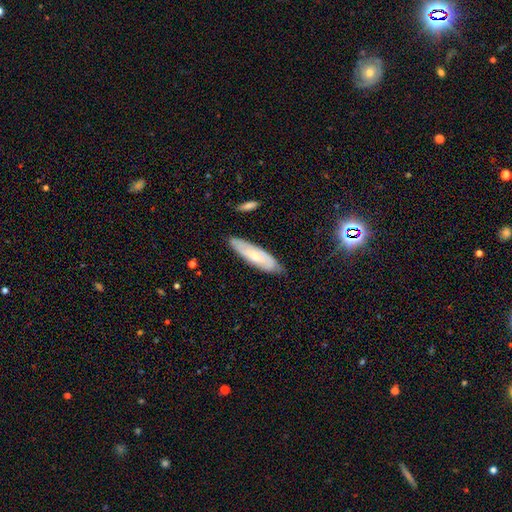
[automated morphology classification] smooth 48%, featured or disk 44%, star or artifact 7%. Down the decision tree: merging — none (78%).